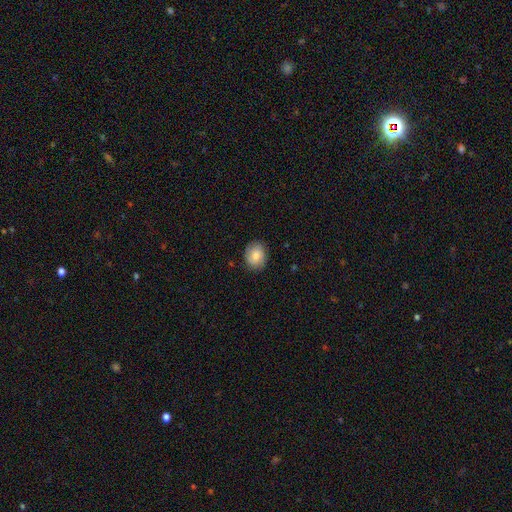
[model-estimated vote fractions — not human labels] This appears to be a smooth galaxy with no disk features (63%) that is round (57%). Merging: none (84%).